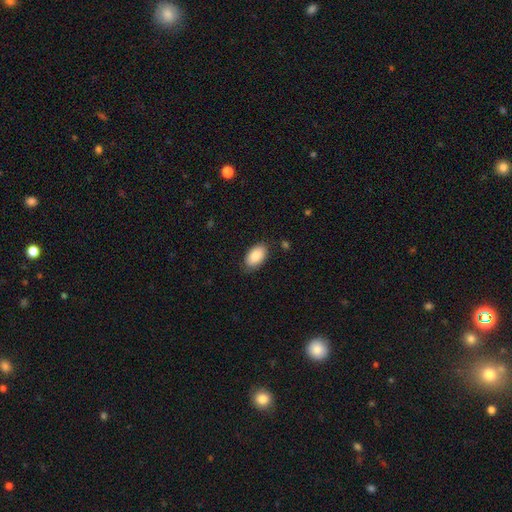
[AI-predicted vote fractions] smooth 89%, star or artifact 6%, featured or disk 5%. Down the decision tree: how rounded — in between (95%); merging — none (83%).